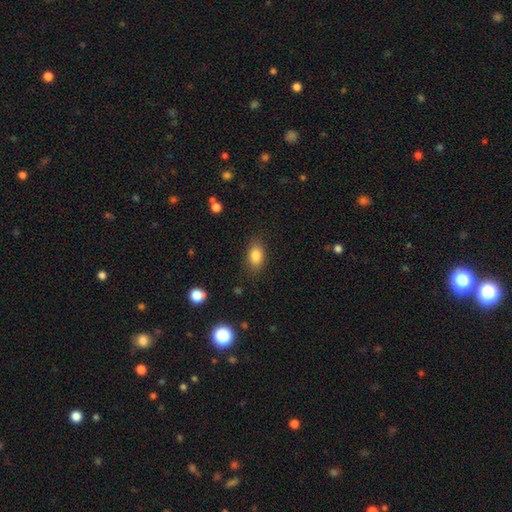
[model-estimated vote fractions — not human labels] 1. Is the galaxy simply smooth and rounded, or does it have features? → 83% smooth, 9% star or artifact, 8% featured or disk.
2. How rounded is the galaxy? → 86% in between, 12% round, 3% cigar-shaped.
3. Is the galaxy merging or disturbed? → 84% none, 12% minor disturbance, 3% major disturbance, 1% merger.